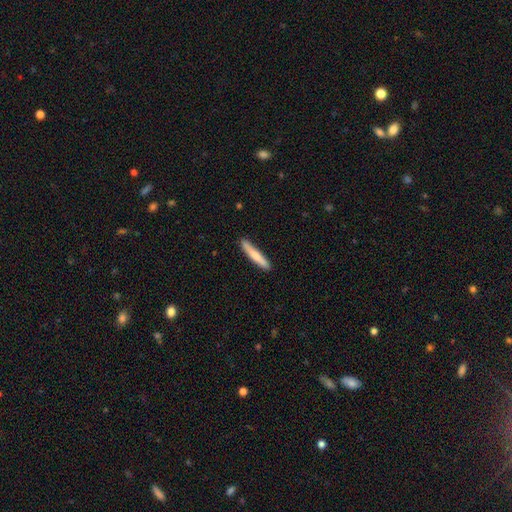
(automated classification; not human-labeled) Smooth or featured?
  - smooth: 75% *
  - featured or disk: 20%
  - star or artifact: 5%
How rounded?
  - cigar-shaped: 94% *
  - in between: 5%
  - round: 1%
Merging?
  - none: 88% *
  - minor disturbance: 9%
  - major disturbance: 2%
  - merger: 1%